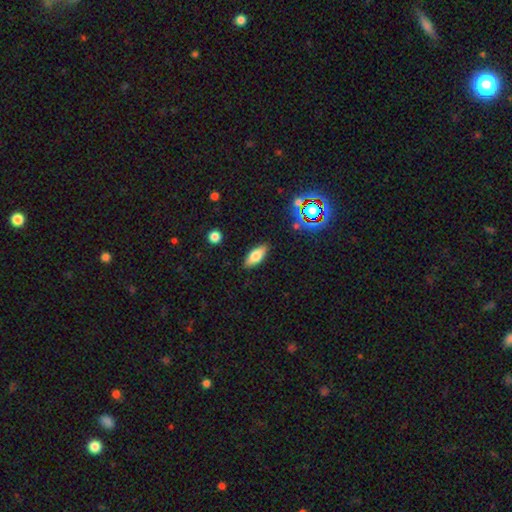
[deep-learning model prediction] Overall: smooth (73%). How rounded: in between (80%). Merging: none (86%).